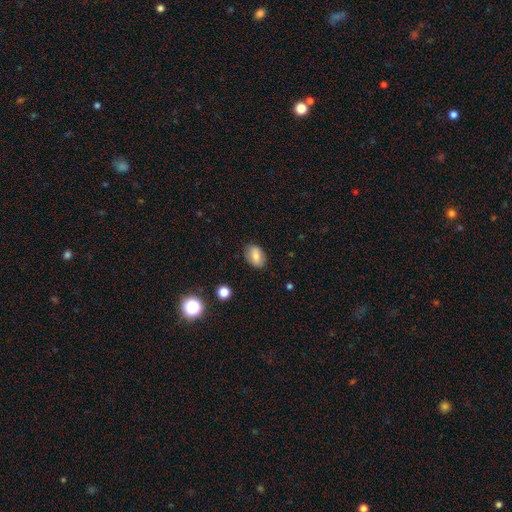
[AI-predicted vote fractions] This is likely a smooth galaxy (78%). How rounded: clearly in between (84%). Merging: clearly none (84%).